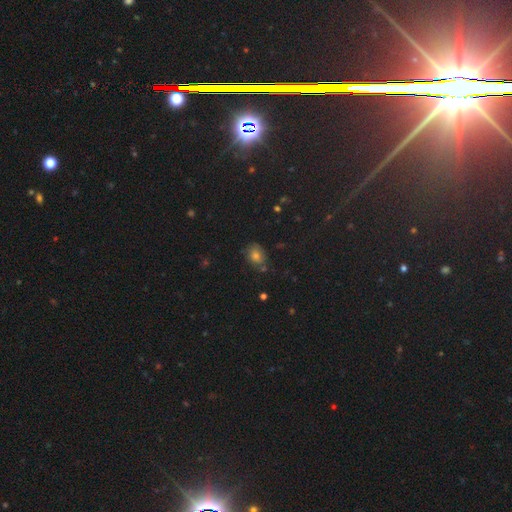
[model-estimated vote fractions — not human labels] smooth-or-featured: smooth: 68% | star or artifact: 21% | featured or disk: 11%
  how-rounded: in between: 51% | round: 47% | cigar-shaped: 1%
  merging: none: 71% | minor disturbance: 19% | merger: 5% | major disturbance: 5%